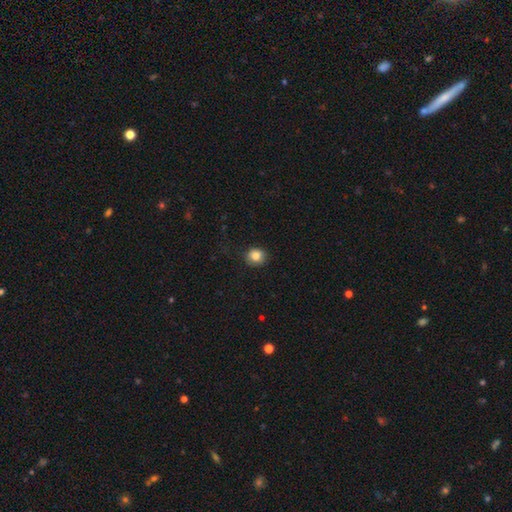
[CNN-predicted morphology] type=smooth (84%); roundness=round (84%); merging=none (83%).